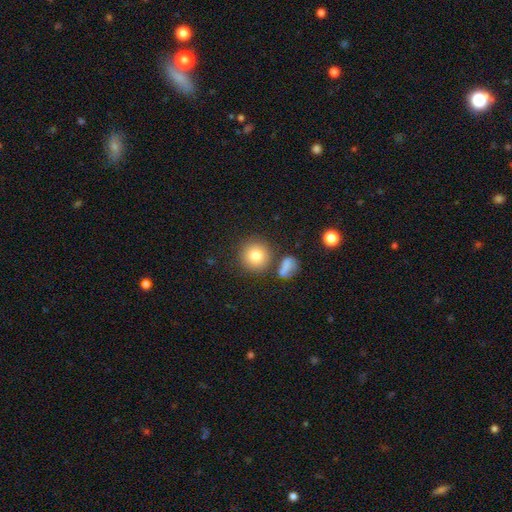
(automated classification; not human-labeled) A smooth galaxy with no disk features (81%) that is round (92%).

Vote fractions:
- Smooth or featured? smooth: 81% / star or artifact: 10% / featured or disk: 9%
- How rounded? round: 92% / in between: 7% / cigar-shaped: 1%
- Merging? none: 76% / merger: 11% / minor disturbance: 9% / major disturbance: 3%